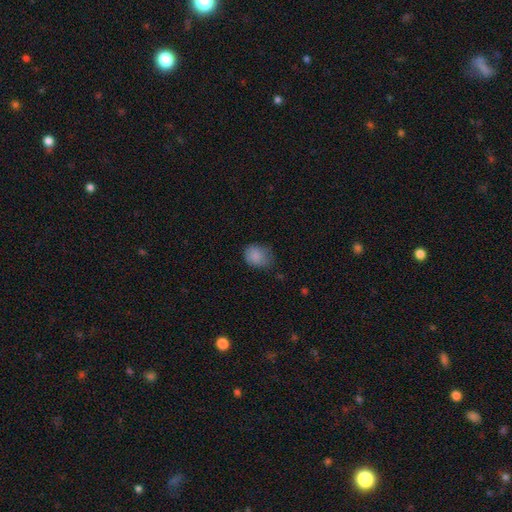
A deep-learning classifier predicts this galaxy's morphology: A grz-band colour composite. It shows a smooth galaxy with no disk features (84%) that is round (56%). Merging: none (53%).